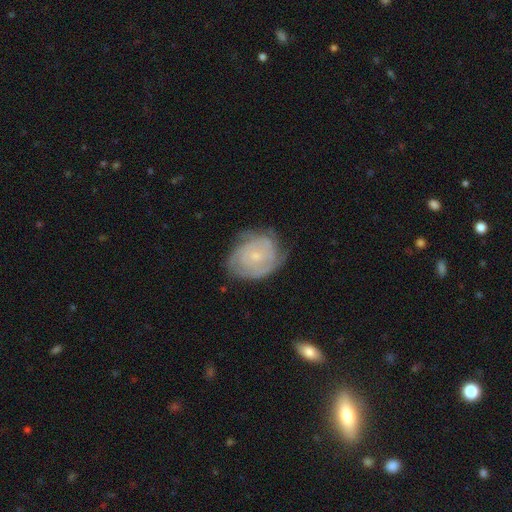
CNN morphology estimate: A featured or disk galaxy (75%) with no bar (77%), tight (71%) spiral arms (90%) and a small central bulge (77%).

Vote fractions:
- Smooth or featured? featured or disk: 75% / smooth: 19% / star or artifact: 6%
- Edge-on disk? no: 97% / yes: 3%
- Bar? no: 77% / weak: 20% / strong: 3%
- Spiral arms? yes: 90% / no: 10%
- Spiral winding? tight: 71% / medium: 23% / loose: 6%
- Spiral arm count? can't tell: 42% / 2: 22% / 3: 17% / 4: 8% / 1: 5% / more than 4: 5%
- Bulge size? small: 77% / moderate: 18% / none: 3% / large: 1% / dominant: 1%
- Merging? none: 65% / minor disturbance: 24% / major disturbance: 9% / merger: 1%